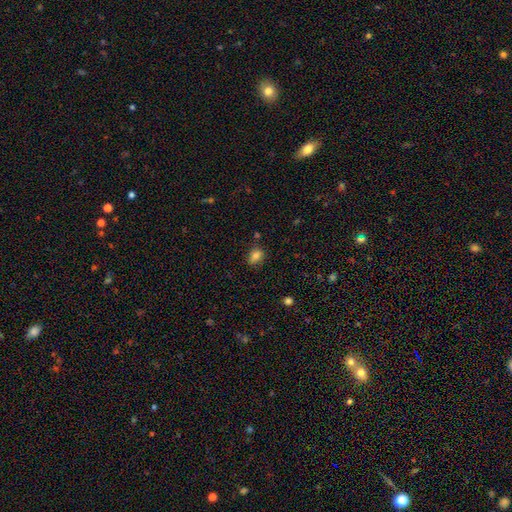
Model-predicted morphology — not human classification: The model was most divided on "how rounded": in between: 66%, round: 32%, cigar-shaped: 1%. More confident: smooth or featured — smooth (82%); merging — none (81%).